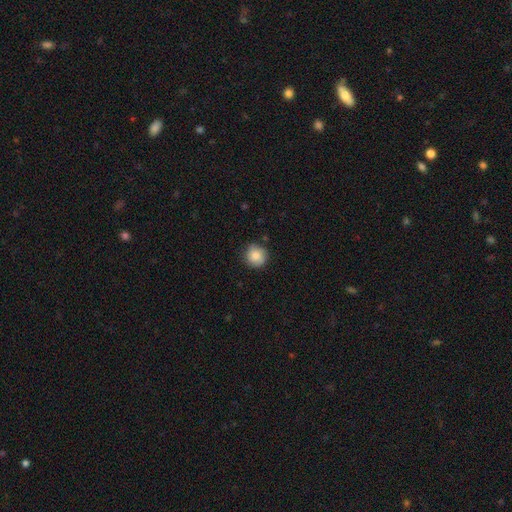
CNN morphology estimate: Overall: smooth (84%). How rounded: round (93%). Merging: none (84%).